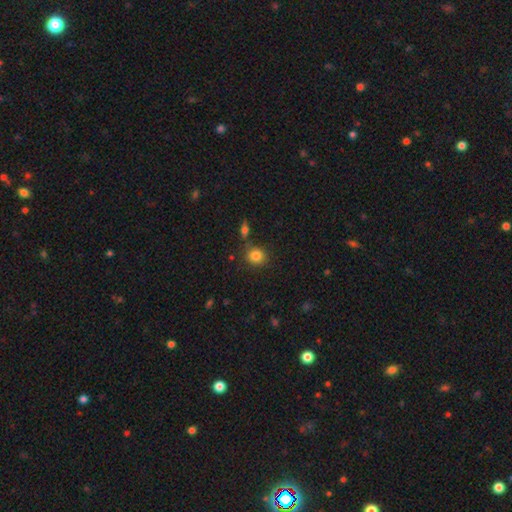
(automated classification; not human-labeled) A smooth galaxy with no disk features (83%) that is round (74%). Merging: none (78%).